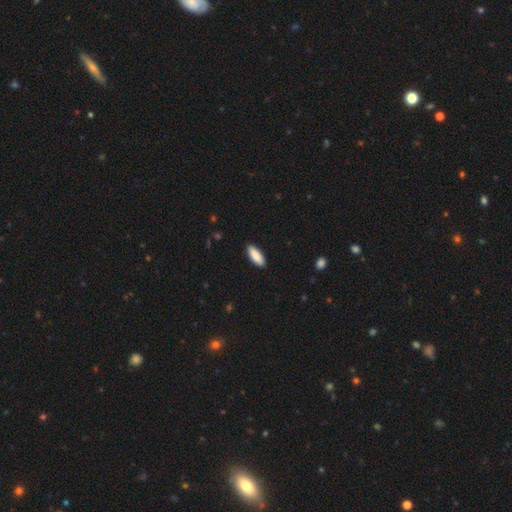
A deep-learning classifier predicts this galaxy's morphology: A smooth galaxy with no disk features (90%) that is in between round and cigar-shaped (73%). Merging: none (90%).